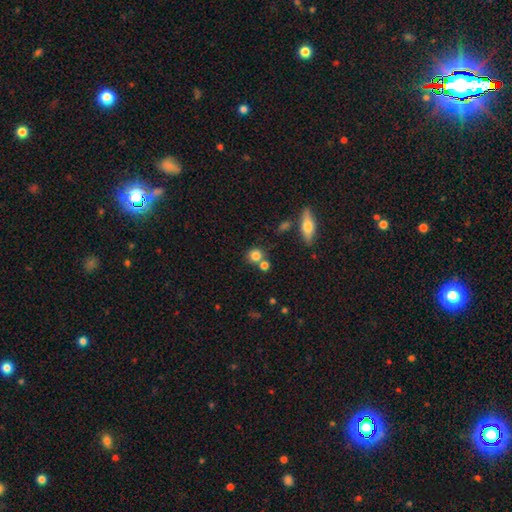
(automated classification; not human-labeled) Q: Smooth or featured?
A: smooth (80%); runner-up: star or artifact (11%)
Q: How rounded?
A: round (83%); runner-up: in between (15%)
Q: Merging?
A: none (61%); runner-up: merger (26%)